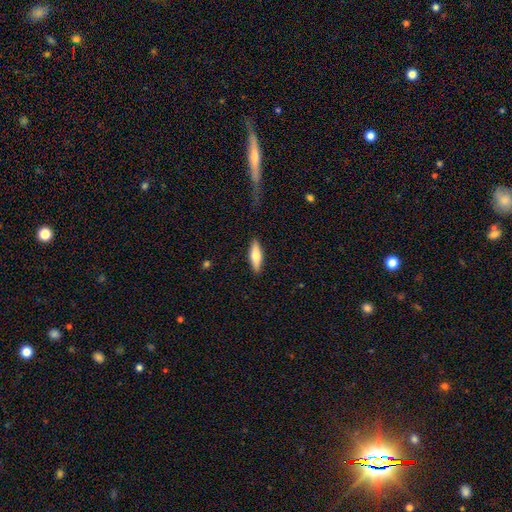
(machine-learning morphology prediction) Smooth or featured: smooth — 65% (featured or disk — 29%)
How rounded: cigar-shaped — 54% (in between — 44%)
Merging: none — 89% (minor disturbance — 8%)